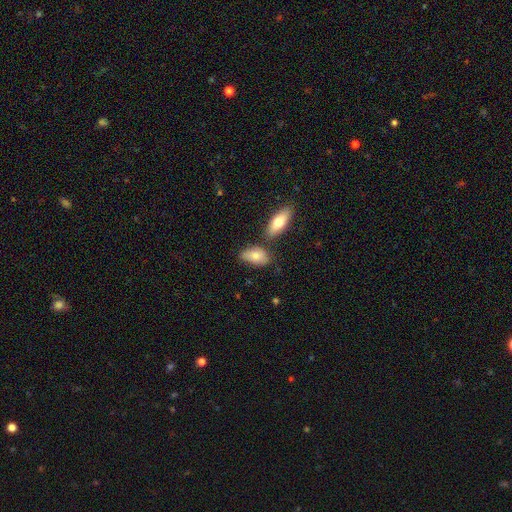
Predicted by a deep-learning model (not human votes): A smooth galaxy with no disk features (77%) that is in between round and cigar-shaped (90%). Merging: none (59%).